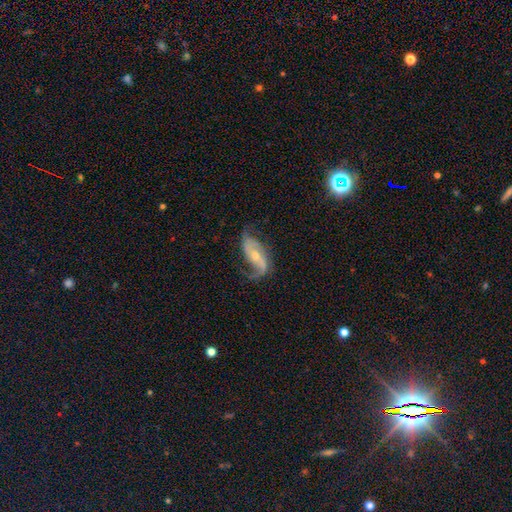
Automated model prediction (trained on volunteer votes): Smooth or featured?
  - featured or disk: 84% *
  - smooth: 10%
  - star or artifact: 6%
Edge-on disk?
  - no: 95% *
  - yes: 5%
Bar?
  - no: 42% *
  - weak: 34%
  - strong: 24%
Spiral arms?
  - yes: 95% *
  - no: 5%
Spiral winding?
  - loose: 54% *
  - medium: 33%
  - tight: 12%
Spiral arm count?
  - 2: 81% *
  - 1: 8%
  - can't tell: 5%
  - 3: 3%
  - 4: 1%
  - more than 4: 1%
Bulge size?
  - small: 55% *
  - moderate: 41%
  - large: 2%
  - none: 2%
  - dominant: 1%
Merging?
  - none: 61% *
  - minor disturbance: 22%
  - major disturbance: 16%
  - merger: 2%